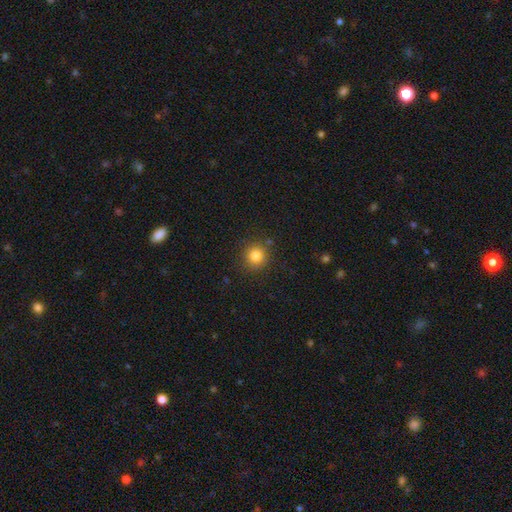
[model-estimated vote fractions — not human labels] Overall: smooth (83%). How rounded: round (92%). Merging: none (87%).